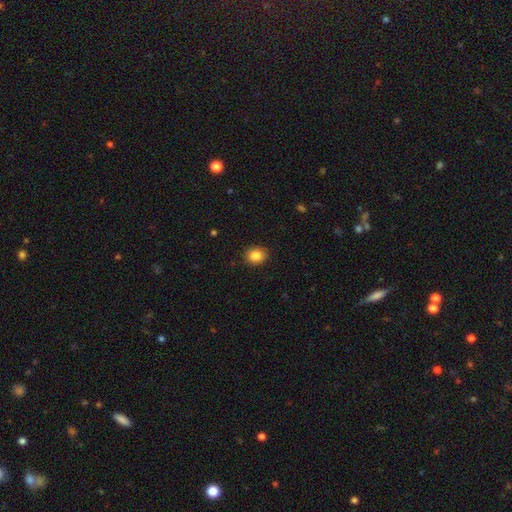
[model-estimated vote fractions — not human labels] smooth-or-featured: smooth: 87% | star or artifact: 9% | featured or disk: 4%
  how-rounded: round: 70% | in between: 29% | cigar-shaped: 1%
  merging: none: 90% | minor disturbance: 7% | major disturbance: 2% | merger: 1%